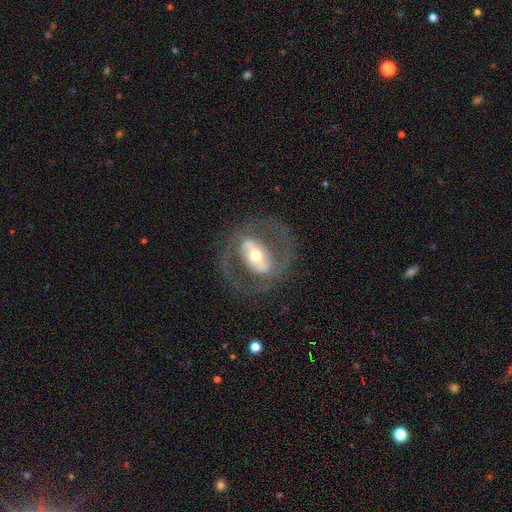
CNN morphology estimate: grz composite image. It shows a featured or disk galaxy (81%) with a strong bar (53%), spiral arms (65%) and a moderate central bulge (67%). Merging: none (75%).